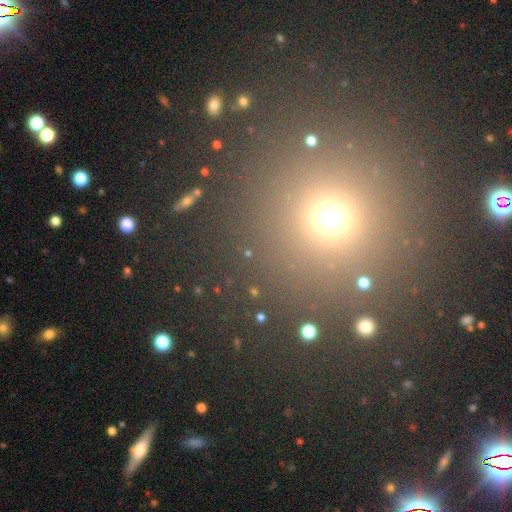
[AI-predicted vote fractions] This appears to be a smooth galaxy with no disk features (53%) that is round (92%). Merging: none (87%).